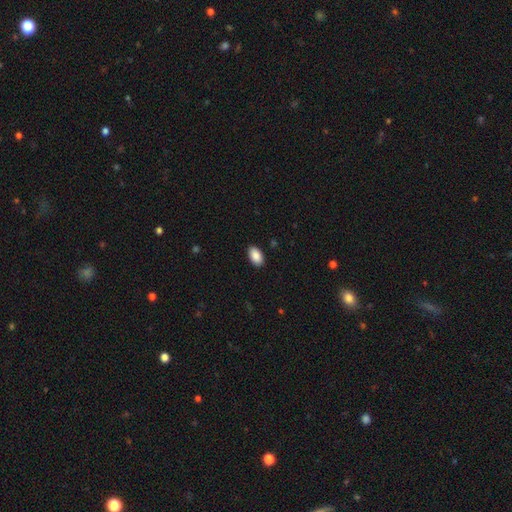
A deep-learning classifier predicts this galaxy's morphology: The model was most divided on "merging": none: 89%, minor disturbance: 8%, major disturbance: 2%, merger: 1%. More confident: how rounded — in between (94%); smooth or featured — smooth (89%).